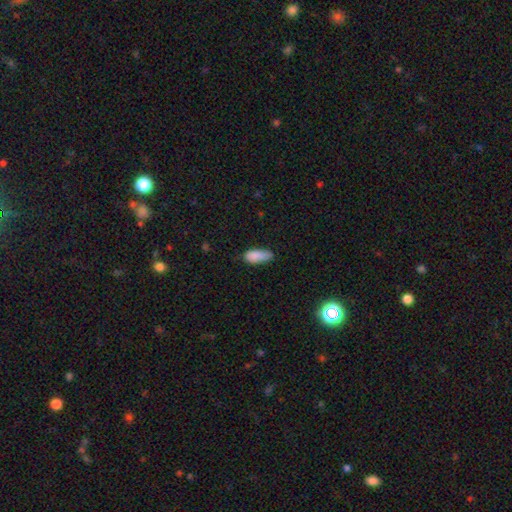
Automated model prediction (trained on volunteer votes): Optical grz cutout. It shows a smooth galaxy with no disk features (86%) that is in between round and cigar-shaped (79%). Merging: none (54%).